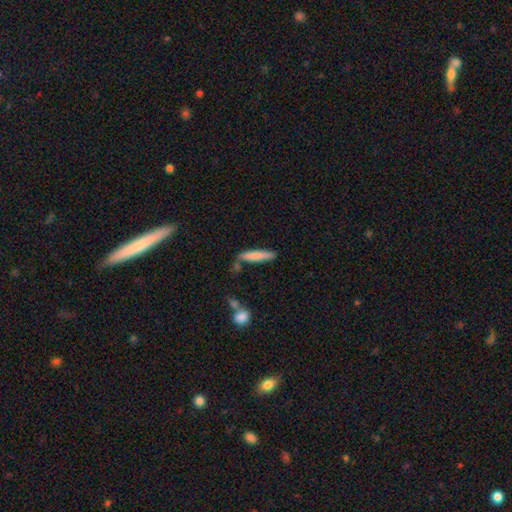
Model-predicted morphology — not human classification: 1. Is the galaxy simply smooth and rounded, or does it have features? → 78% smooth, 16% featured or disk, 6% star or artifact.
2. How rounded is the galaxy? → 89% cigar-shaped, 10% in between, 1% round.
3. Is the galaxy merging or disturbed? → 75% none, 15% minor disturbance, 6% merger, 3% major disturbance.